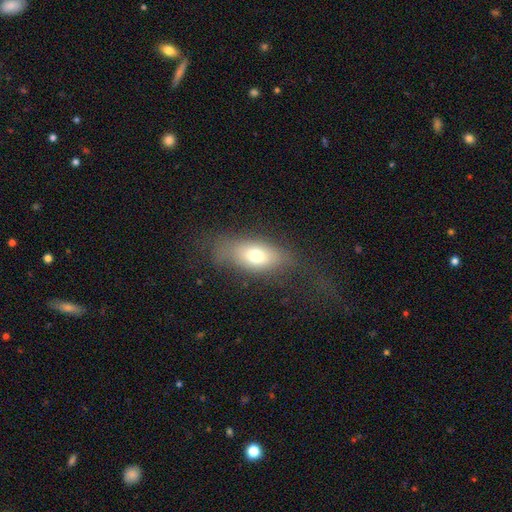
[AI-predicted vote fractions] Smooth or featured? Predicted: smooth (p=0.71). How rounded? Predicted: in between (p=0.84). Merging? Predicted: none (p=0.62).